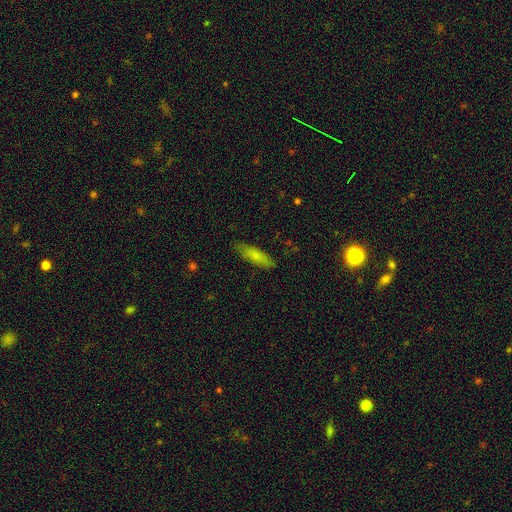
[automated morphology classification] This appears to be a smooth galaxy with no disk features (77%) that is cigar-shaped (51%). Merging: none (80%).